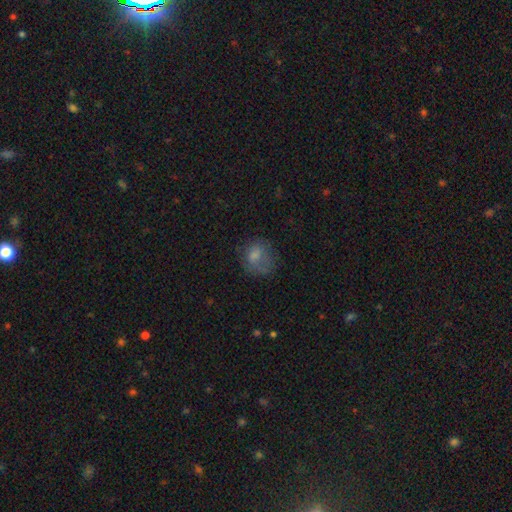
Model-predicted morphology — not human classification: A smooth galaxy with no disk features (70%) that is round (62%). Merging: none (46%).